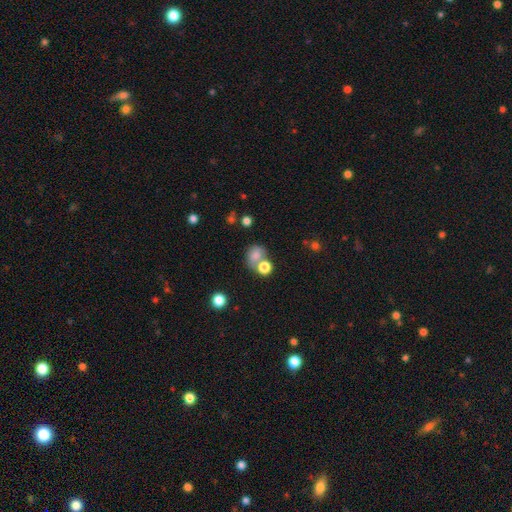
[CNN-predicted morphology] smooth-or-featured: smooth: 76% | star or artifact: 13% | featured or disk: 11%
  how-rounded: round: 60% | in between: 39% | cigar-shaped: 1%
  merging: none: 43% | merger: 38% | minor disturbance: 12% | major disturbance: 7%